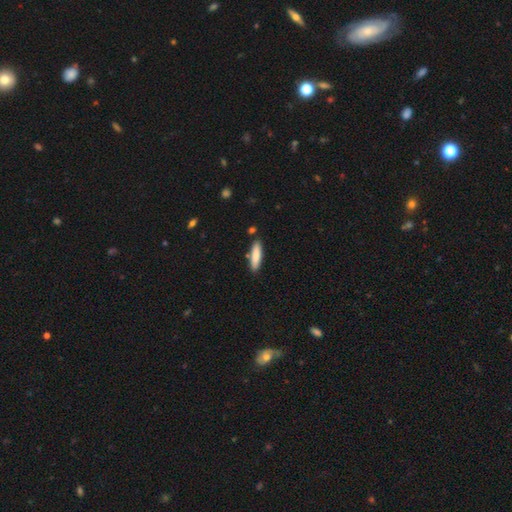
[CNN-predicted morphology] smooth 81%, featured or disk 13%, star or artifact 6%. Down the decision tree: how rounded — cigar-shaped (71%); merging — none (84%).